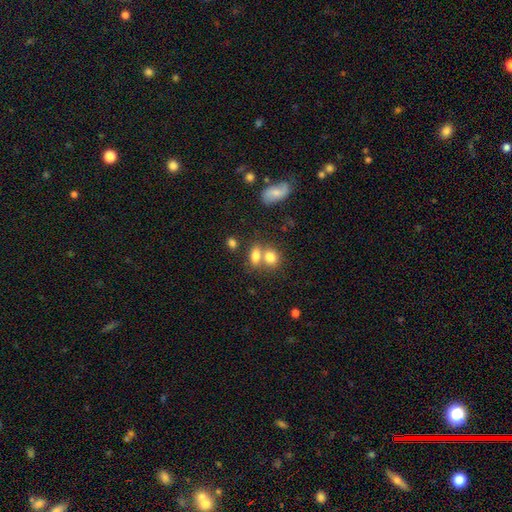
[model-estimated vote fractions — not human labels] Smooth or featured? Predicted: smooth (p=0.77). How rounded? Predicted: in between (p=0.72). Merging? Predicted: merger (p=0.45).